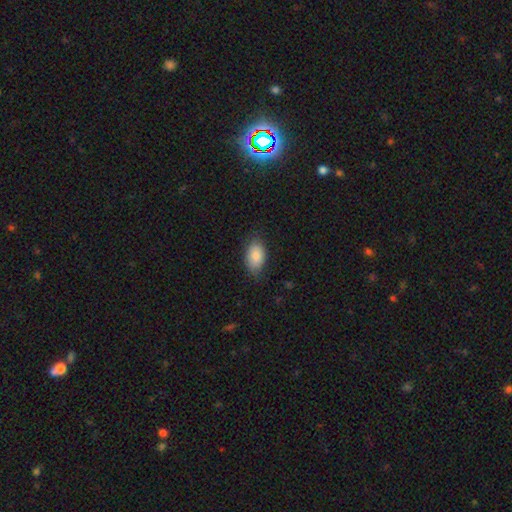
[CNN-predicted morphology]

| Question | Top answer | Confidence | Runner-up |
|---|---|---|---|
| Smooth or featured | smooth | 87% | star or artifact (7%) |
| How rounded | in between | 92% | round (7%) |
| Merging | none | 80% | minor disturbance (16%) |